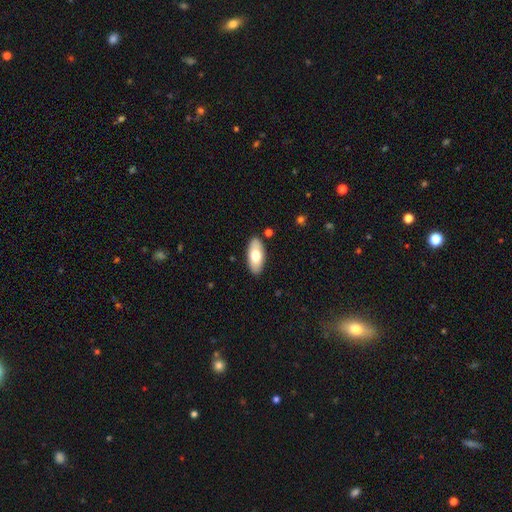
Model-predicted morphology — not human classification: Q: Smooth or featured?
A: smooth (71%); runner-up: featured or disk (23%)
Q: How rounded?
A: in between (90%); runner-up: cigar-shaped (8%)
Q: Merging?
A: none (88%); runner-up: minor disturbance (8%)